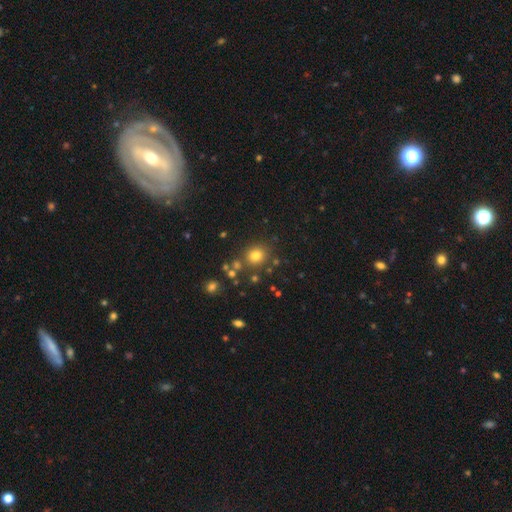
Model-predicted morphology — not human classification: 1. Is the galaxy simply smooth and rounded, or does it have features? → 76% smooth, 16% star or artifact, 7% featured or disk.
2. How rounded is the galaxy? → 81% round, 18% in between, 1% cigar-shaped.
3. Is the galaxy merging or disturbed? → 80% none, 9% minor disturbance, 7% merger, 4% major disturbance.